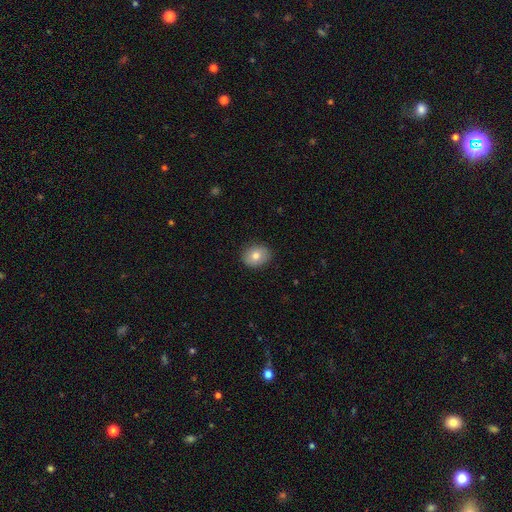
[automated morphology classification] Smooth or featured?
  - smooth: 77% *
  - featured or disk: 14%
  - star or artifact: 8%
How rounded?
  - round: 50% *
  - in between: 49%
  - cigar-shaped: 1%
Merging?
  - none: 88% *
  - minor disturbance: 9%
  - major disturbance: 2%
  - merger: 1%